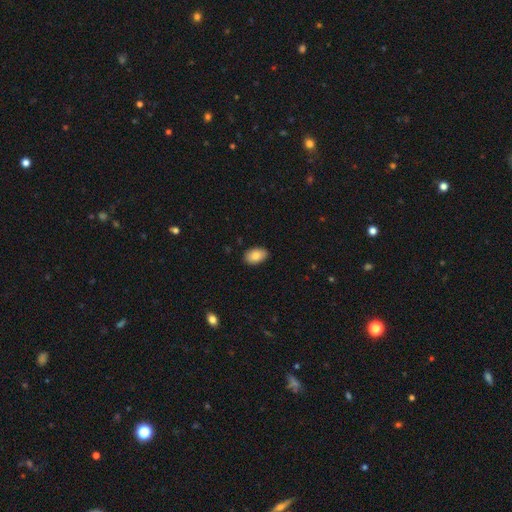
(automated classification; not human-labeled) Smooth or featured? smooth (84%)
How rounded? in between (92%)
Merging? none (87%)